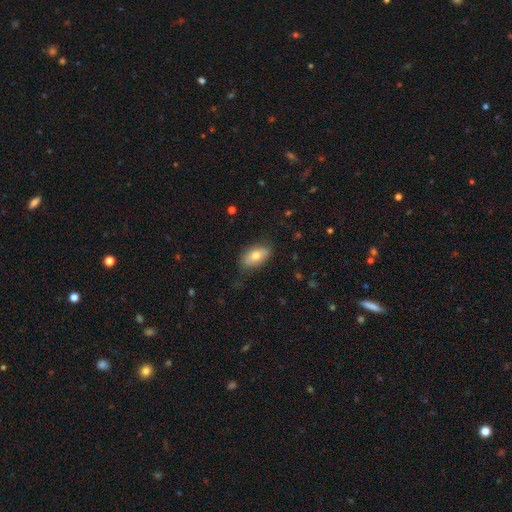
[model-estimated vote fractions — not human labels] Smooth or featured: smooth — 73% (featured or disk — 20%)
How rounded: in between — 92% (round — 5%)
Merging: none — 73% (minor disturbance — 20%)